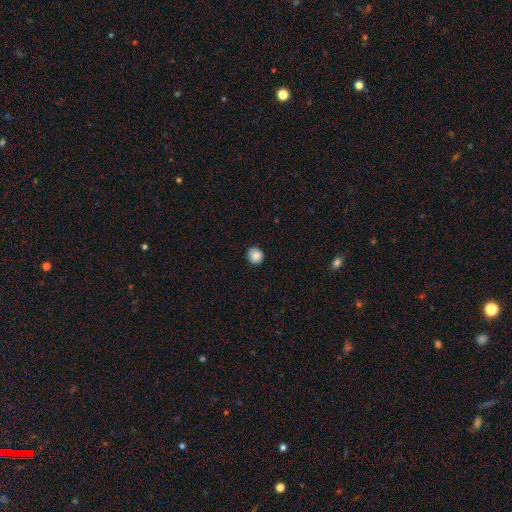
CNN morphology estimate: smooth_or_featured: smooth (p=0.87) [alt: star or artifact p=0.09]
how_rounded: round (p=0.88) [alt: in between p=0.12]
merging: none (p=0.88) [alt: minor disturbance p=0.09]